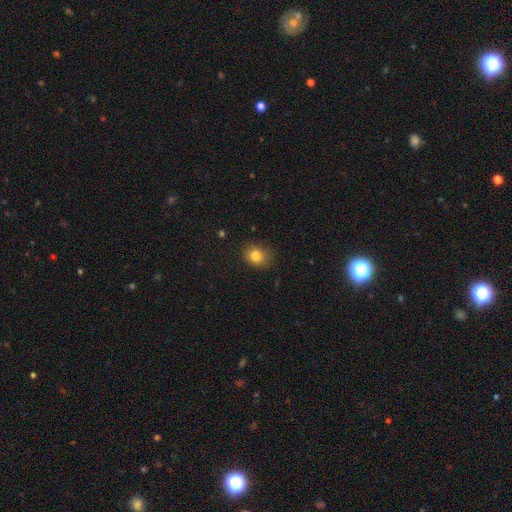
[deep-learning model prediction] Smooth or featured?
  - smooth: 82% *
  - star or artifact: 11%
  - featured or disk: 7%
How rounded?
  - round: 62% *
  - in between: 37%
  - cigar-shaped: 1%
Merging?
  - none: 77% *
  - minor disturbance: 18%
  - major disturbance: 4%
  - merger: 1%